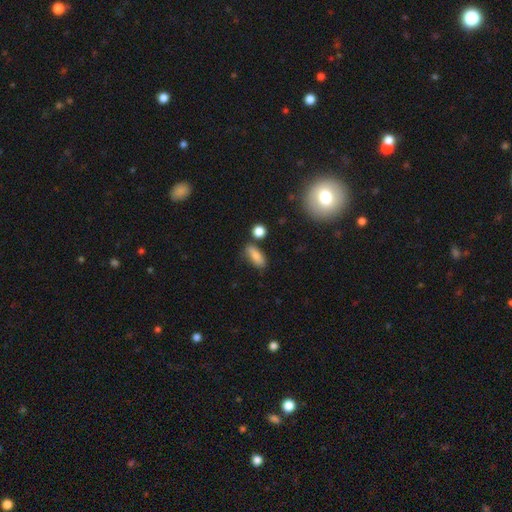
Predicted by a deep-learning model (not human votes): This is likely a smooth galaxy (80%). How rounded: likely in between (74%). Merging: likely none (66%).